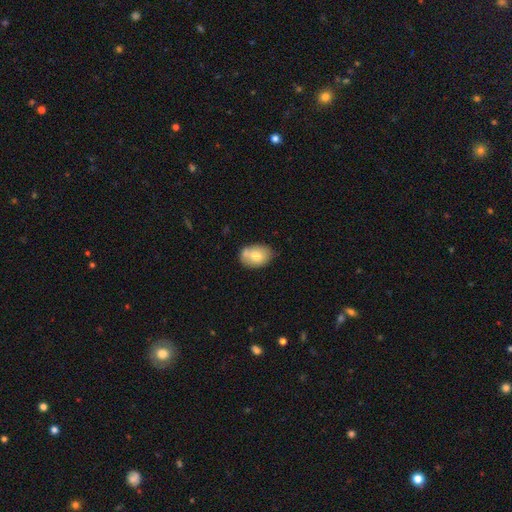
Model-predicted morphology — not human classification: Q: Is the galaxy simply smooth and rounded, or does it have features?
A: smooth — 71%.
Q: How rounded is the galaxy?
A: in between — 76%.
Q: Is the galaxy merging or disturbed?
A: none — 56%.